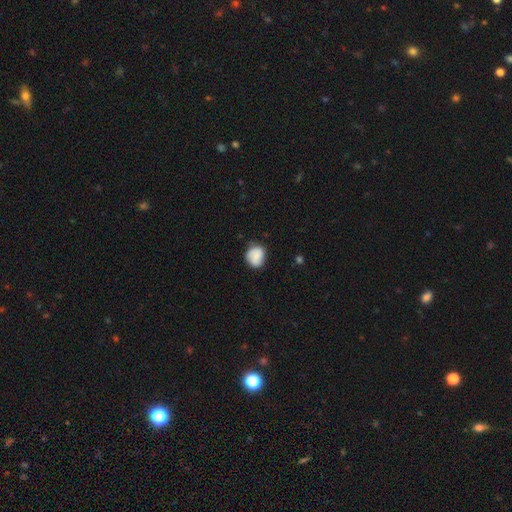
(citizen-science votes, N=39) Q: Smooth or featured?
A: smooth (82%); runner-up: featured or disk (15%)
Q: How rounded?
A: round (66%); runner-up: in between (34%)
Q: Merging?
A: none (47%); runner-up: minor disturbance (45%)